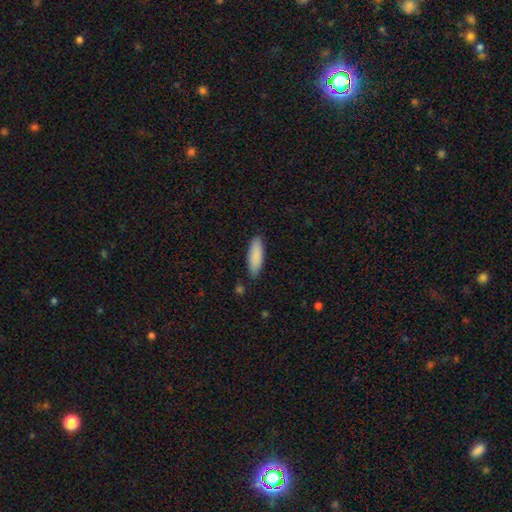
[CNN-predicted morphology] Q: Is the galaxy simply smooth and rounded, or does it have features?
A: smooth — 88%.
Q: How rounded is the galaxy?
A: in between — 53%.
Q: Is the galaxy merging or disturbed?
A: none — 85%.